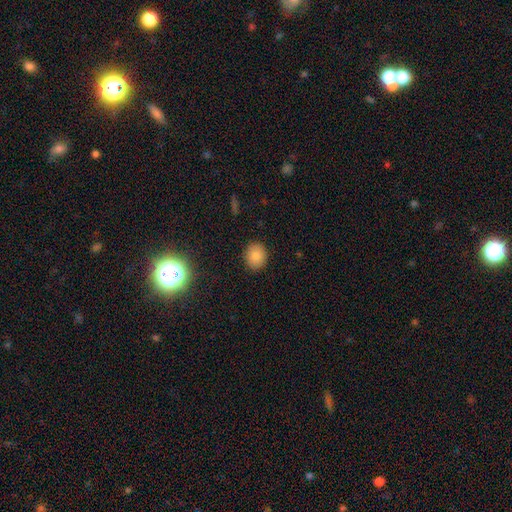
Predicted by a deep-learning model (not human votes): Morphology: type=smooth (83%); roundness=round (75%); merging=none (90%).